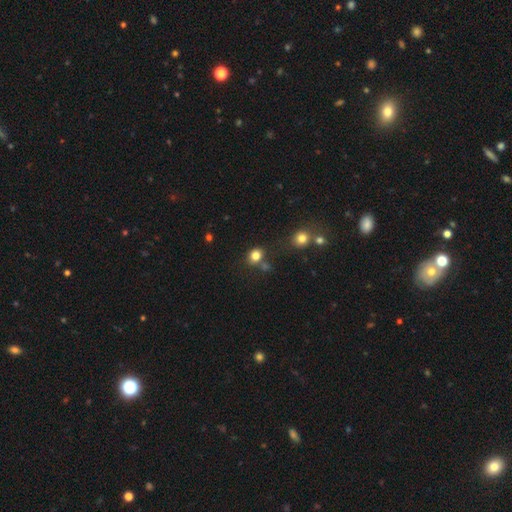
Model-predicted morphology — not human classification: The model was most divided on "how rounded": round: 72%, in between: 27%, cigar-shaped: 1%. More confident: smooth or featured — smooth (81%); merging — none (71%).